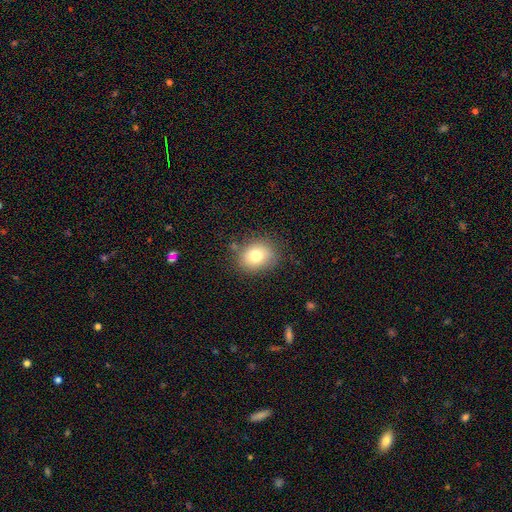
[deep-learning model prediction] smooth_or_featured: smooth (p=0.77) [alt: featured or disk p=0.12]
how_rounded: round (p=0.57) [alt: in between p=0.42]
merging: none (p=0.80) [alt: minor disturbance p=0.14]